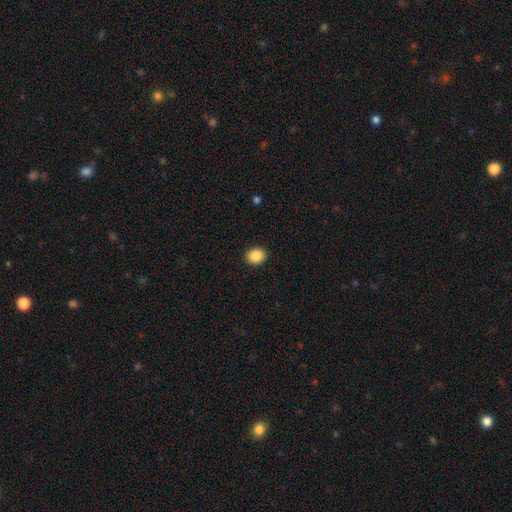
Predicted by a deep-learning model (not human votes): This appears to be a smooth galaxy with no disk features (88%) that is round (60%). Merging: none (92%).